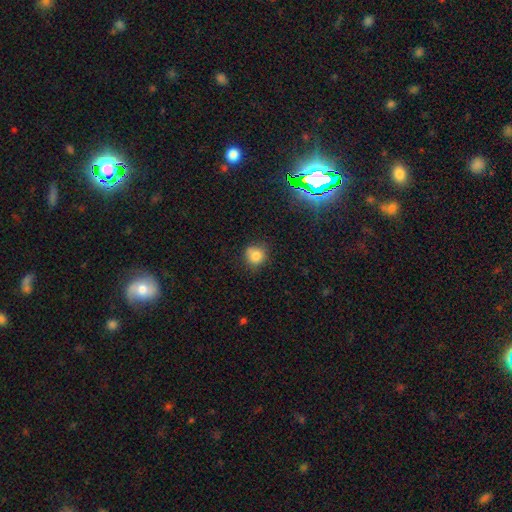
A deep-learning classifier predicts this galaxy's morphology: smooth 80%, star or artifact 13%, featured or disk 7%. Down the decision tree: how rounded — round (87%); merging — none (71%).